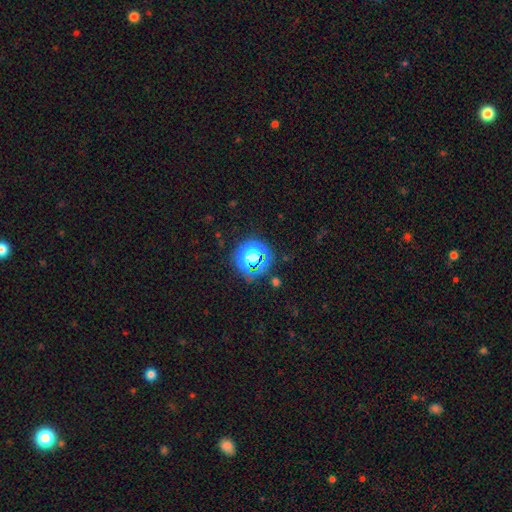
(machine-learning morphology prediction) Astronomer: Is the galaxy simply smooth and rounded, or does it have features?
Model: smooth — 50% (runner-up: star or artifact, 38%).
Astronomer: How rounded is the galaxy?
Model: round — 88%.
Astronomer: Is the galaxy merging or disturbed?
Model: none — 71%.